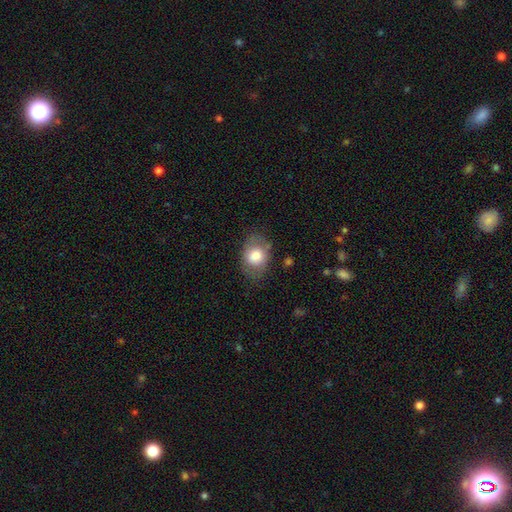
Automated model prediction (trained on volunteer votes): A smooth galaxy with no disk features (73%) that is in between round and cigar-shaped (71%). Merging: none (69%).